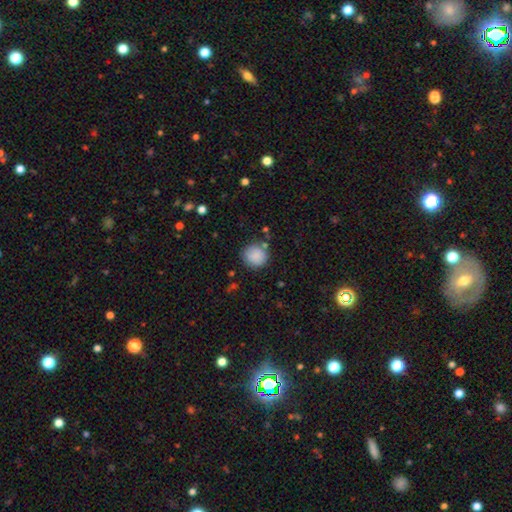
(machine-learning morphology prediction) Q: Smooth or featured?
A: smooth (87%); runner-up: star or artifact (8%)
Q: How rounded?
A: round (91%); runner-up: in between (8%)
Q: Merging?
A: none (81%); runner-up: minor disturbance (11%)